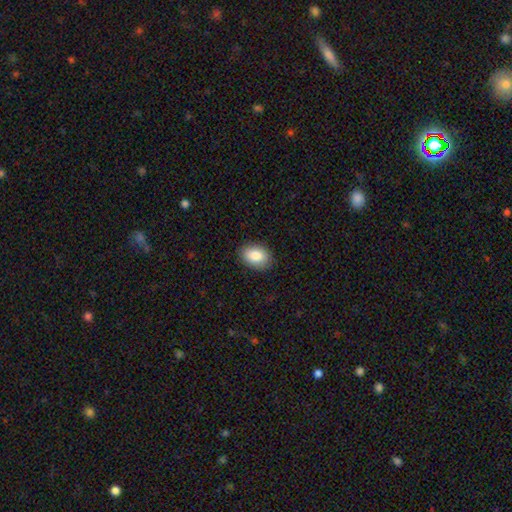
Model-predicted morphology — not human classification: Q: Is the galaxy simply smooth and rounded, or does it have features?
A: smooth — 85%.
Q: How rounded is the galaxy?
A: in between — 77%.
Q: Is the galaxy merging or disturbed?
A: none — 88%.